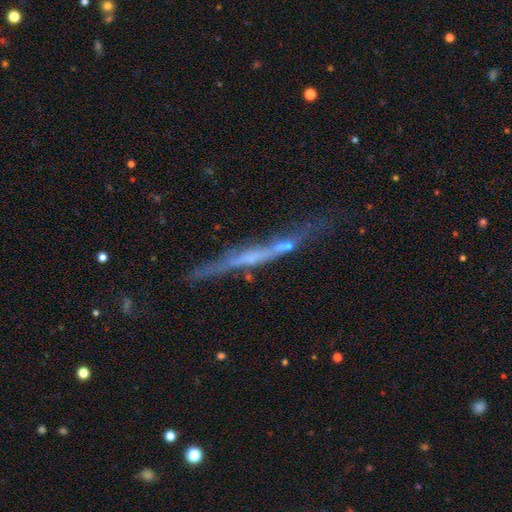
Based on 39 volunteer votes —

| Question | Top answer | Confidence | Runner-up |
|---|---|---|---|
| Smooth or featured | featured or disk | 62% | smooth (26%) |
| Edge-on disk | yes | 92% | no (8%) |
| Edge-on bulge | none | 73% | rounded (23%) |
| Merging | none | 44% | minor disturbance (32%) |